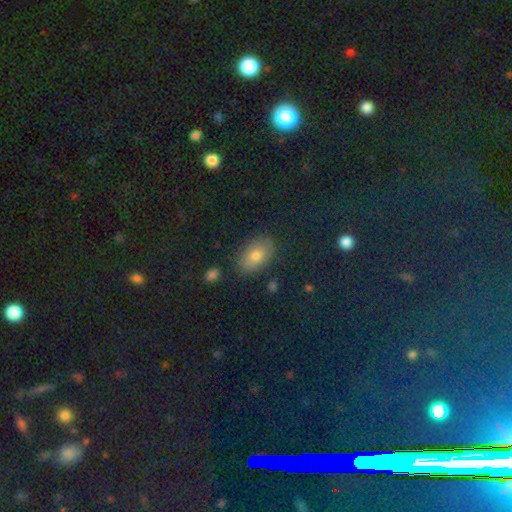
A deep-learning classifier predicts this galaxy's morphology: A smooth galaxy with no disk features (75%) that is in between round and cigar-shaped (87%).

Vote fractions:
- Smooth or featured? smooth: 75% / star or artifact: 13% / featured or disk: 12%
- How rounded? in between: 87% / round: 11% / cigar-shaped: 2%
- Merging? none: 84% / minor disturbance: 11% / major disturbance: 3% / merger: 2%